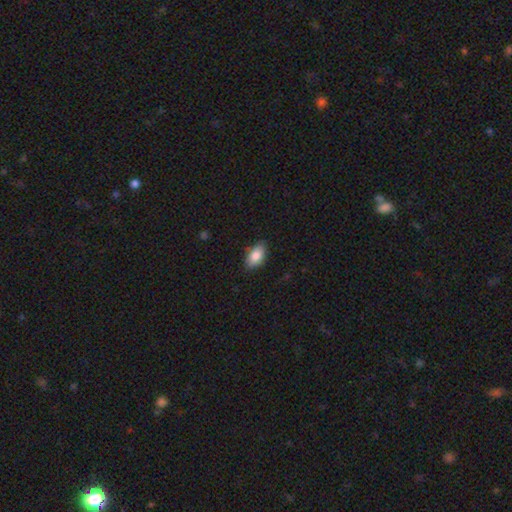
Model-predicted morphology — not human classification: smooth_or_featured: smooth (p=0.84) [alt: featured or disk p=0.09]
how_rounded: in between (p=0.93) [alt: round p=0.05]
merging: none (p=0.82) [alt: minor disturbance p=0.15]